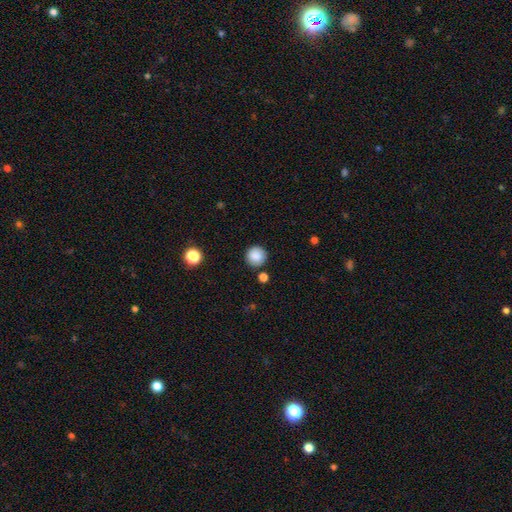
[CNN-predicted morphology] This appears to be a smooth galaxy with no disk features (87%) that is round (94%). Merging: none (87%).